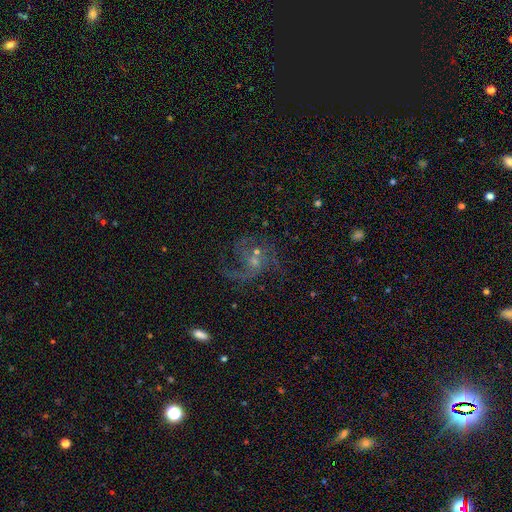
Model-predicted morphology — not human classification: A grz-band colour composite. It shows a featured or disk galaxy (77%) with no bar (64%), 2 (43%) loose (47%) spiral arms (90%) and a small central bulge (57%). Merging: none (47%).